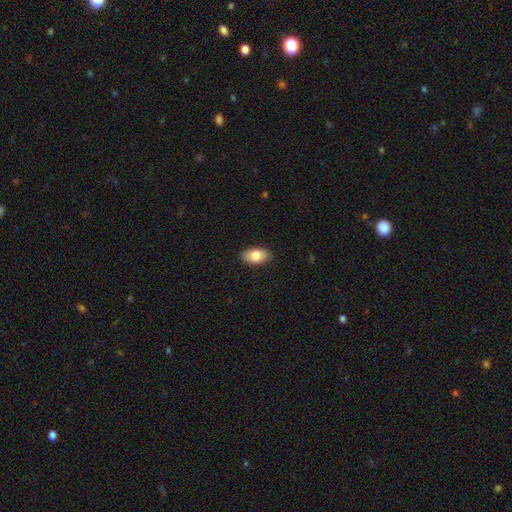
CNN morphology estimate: smooth_or_featured: smooth (p=0.82) [alt: featured or disk p=0.11]
how_rounded: in between (p=0.93) [alt: round p=0.05]
merging: none (p=0.89) [alt: minor disturbance p=0.08]